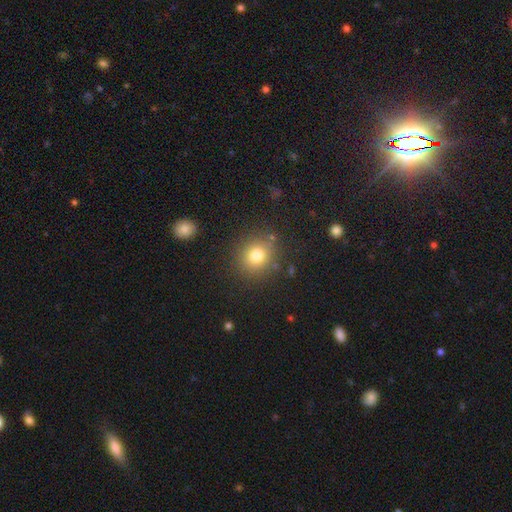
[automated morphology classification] Smooth or featured?
  - smooth: 78% *
  - star or artifact: 14%
  - featured or disk: 8%
How rounded?
  - round: 86% *
  - in between: 14%
  - cigar-shaped: 1%
Merging?
  - none: 85% *
  - minor disturbance: 8%
  - major disturbance: 3%
  - merger: 3%